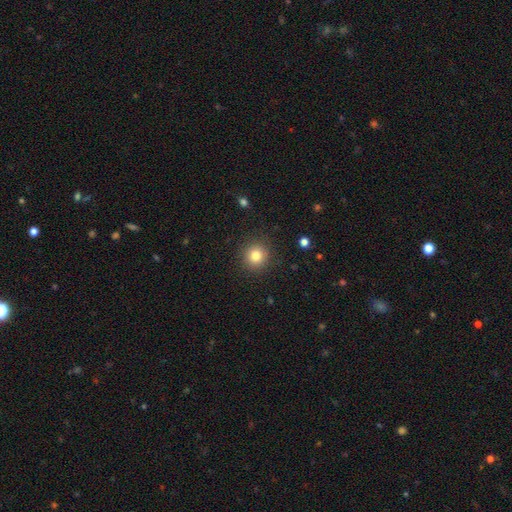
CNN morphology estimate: Smooth or featured? Predicted: smooth (p=0.81). How rounded? Predicted: round (p=0.92). Merging? Predicted: none (p=0.90).